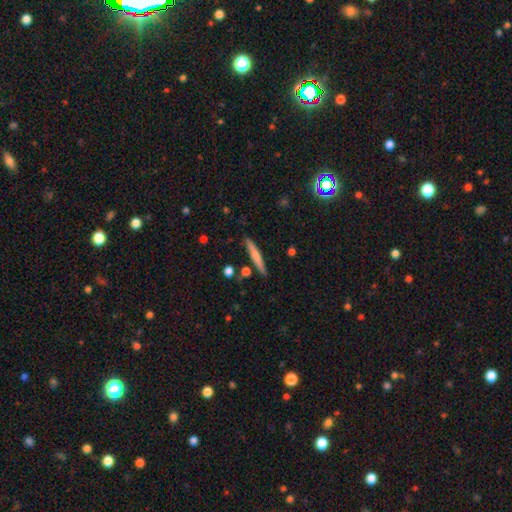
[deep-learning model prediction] Smooth or featured: smooth — 61% (featured or disk — 33%)
How rounded: cigar-shaped — 94% (in between — 4%)
Merging: none — 86% (minor disturbance — 8%)